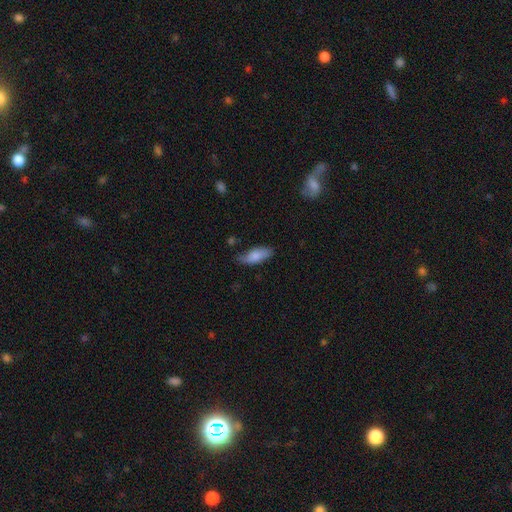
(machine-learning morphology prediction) Q: Smooth or featured?
A: smooth (78%); runner-up: featured or disk (16%)
Q: How rounded?
A: in between (76%); runner-up: cigar-shaped (22%)
Q: Merging?
A: none (67%); runner-up: minor disturbance (26%)